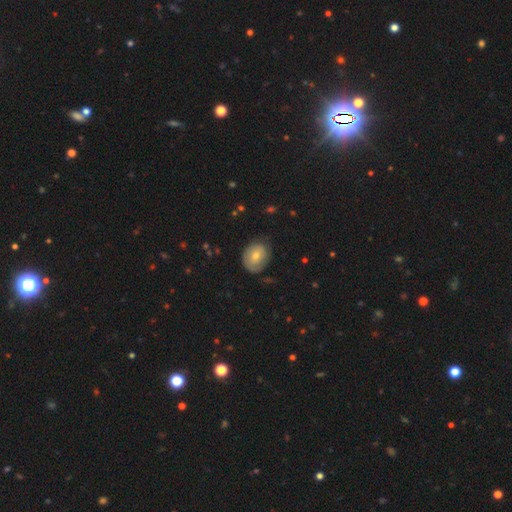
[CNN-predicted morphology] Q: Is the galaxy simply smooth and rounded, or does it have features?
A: smooth — 64%.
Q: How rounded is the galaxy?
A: in between — 53%.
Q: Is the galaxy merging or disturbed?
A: none — 71%.